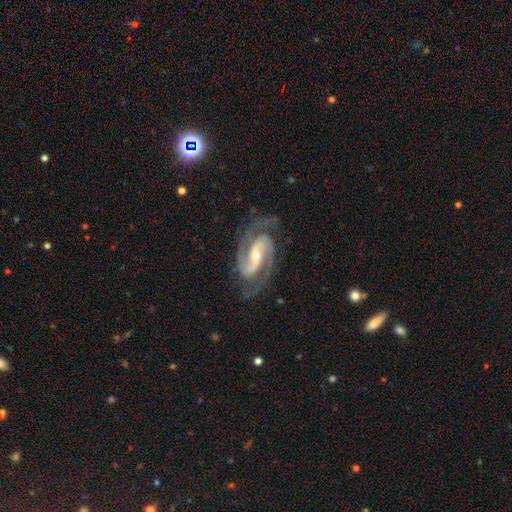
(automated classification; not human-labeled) smooth_or_featured: featured or disk (p=0.93) [alt: star or artifact p=0.04]
disk_edge_on: no (p=0.97) [alt: yes p=0.03]
bar: strong (p=0.43) [alt: weak p=0.37]
has_spiral_arms: yes (p=0.98) [alt: no p=0.02]
spiral_winding: medium (p=0.57) [alt: tight p=0.33]
spiral_arm_count: 2 (p=0.91) [alt: 3 p=0.03]
bulge_size: small (p=0.49) [alt: moderate p=0.46]
merging: none (p=0.78) [alt: minor disturbance p=0.14]